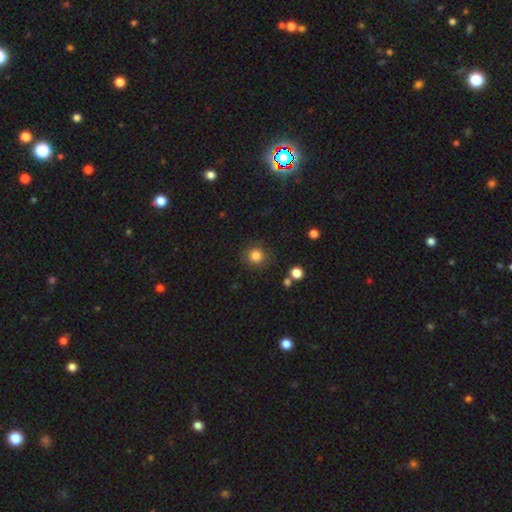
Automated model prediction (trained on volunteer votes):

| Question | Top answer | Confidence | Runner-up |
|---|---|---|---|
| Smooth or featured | smooth | 83% | star or artifact (11%) |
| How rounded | round | 91% | in between (8%) |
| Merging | none | 85% | minor disturbance (9%) |